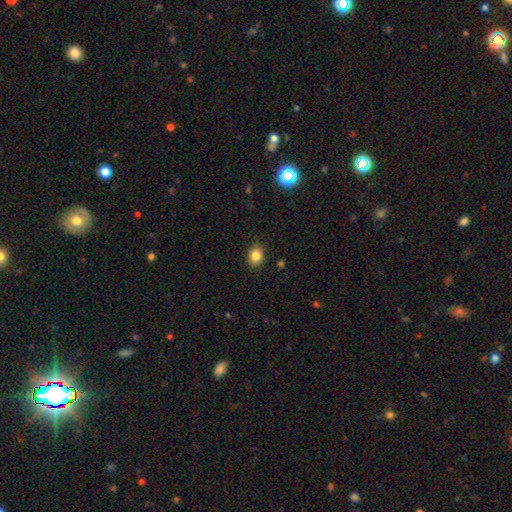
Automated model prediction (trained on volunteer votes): Overall: smooth (84%). How rounded: in between (54%; round 45%). Merging: none (86%).